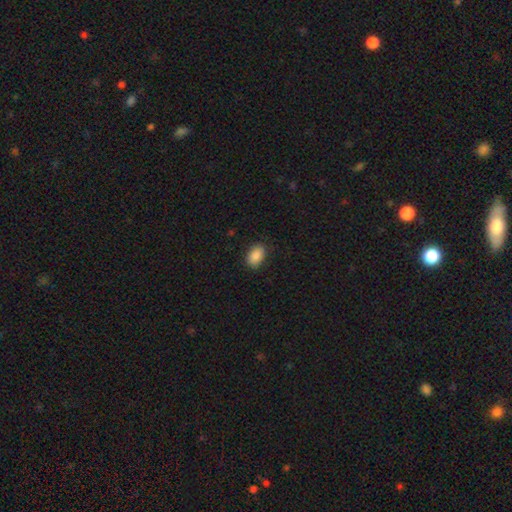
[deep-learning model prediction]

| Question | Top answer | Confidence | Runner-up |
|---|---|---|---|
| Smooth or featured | smooth | 88% | star or artifact (8%) |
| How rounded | in between | 87% | round (11%) |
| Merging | none | 86% | minor disturbance (10%) |